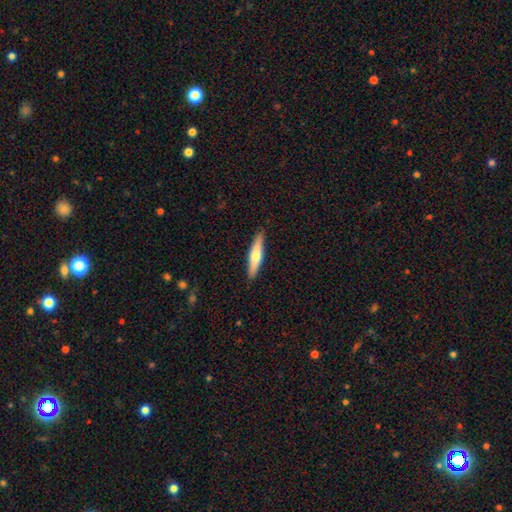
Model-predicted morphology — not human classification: A smooth galaxy with no disk features (58%) that is cigar-shaped (86%). Merging: none (89%).